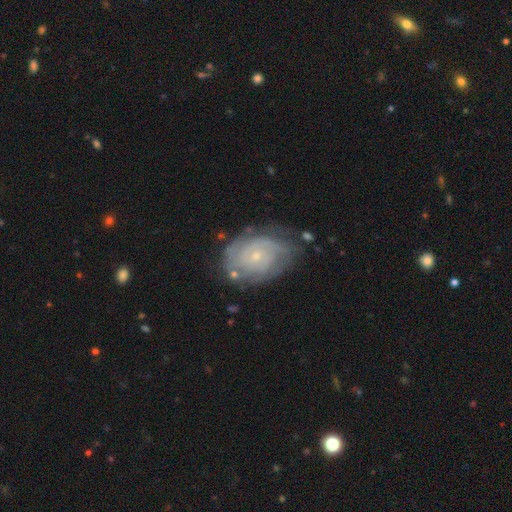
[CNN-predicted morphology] Smooth or featured? featured or disk (82%)
Edge-on disk? no (97%)
Bar? no (74%)
Spiral arms? yes (94%)
Spiral winding? tight (73%)
Spiral arm count? 2 (35%)
Bulge size? small (80%)
Merging? none (69%)